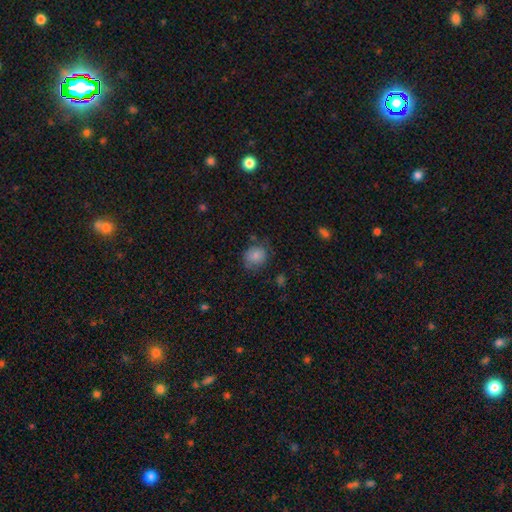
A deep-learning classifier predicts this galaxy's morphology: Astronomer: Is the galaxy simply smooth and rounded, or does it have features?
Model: smooth — 80%.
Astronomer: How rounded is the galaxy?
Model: round — 66%.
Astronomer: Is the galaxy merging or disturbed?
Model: none — 66%.